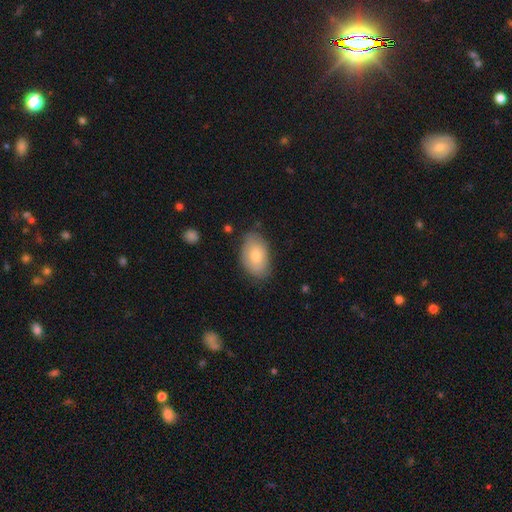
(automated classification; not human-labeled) The model was most divided on "merging": none: 75%, minor disturbance: 20%, major disturbance: 3%, merger: 1%. More confident: how rounded — in between (91%); smooth or featured — smooth (75%).